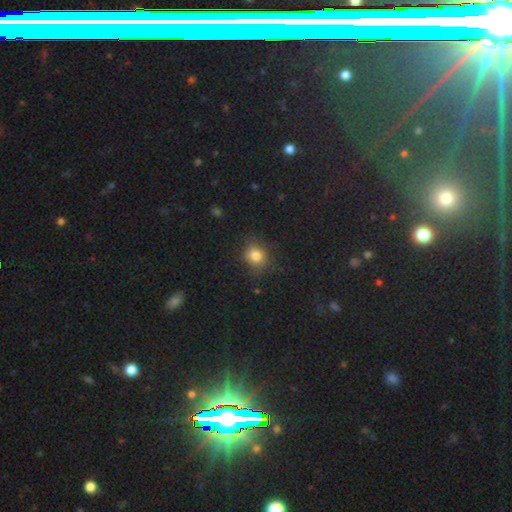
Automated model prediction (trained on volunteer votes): smooth-or-featured: smooth: 79% | star or artifact: 14% | featured or disk: 7%
  how-rounded: round: 79% | in between: 20% | cigar-shaped: 1%
  merging: none: 79% | minor disturbance: 14% | major disturbance: 5% | merger: 2%